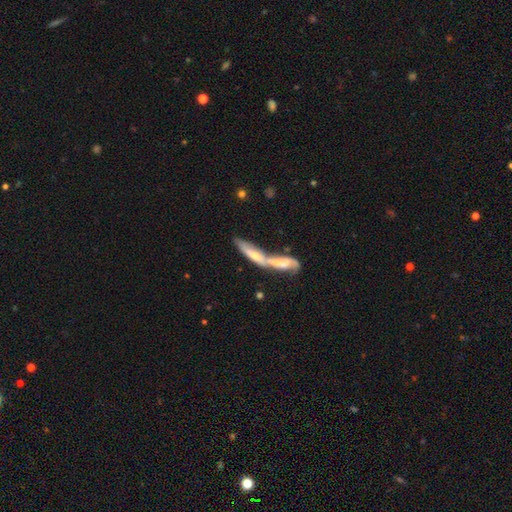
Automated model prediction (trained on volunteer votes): Overall: featured or disk (51%; smooth 41%). Edge-on disk: yes (50%, tied with no). Merging: merger (72%).